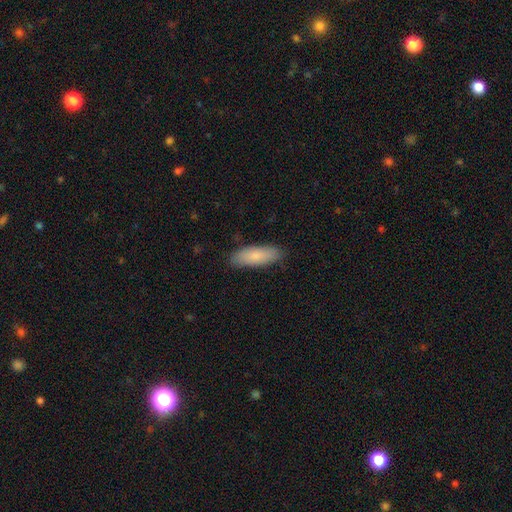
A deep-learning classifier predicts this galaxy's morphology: Overall: smooth (83%). How rounded: in between (66%; cigar-shaped 32%). Merging: none (85%).